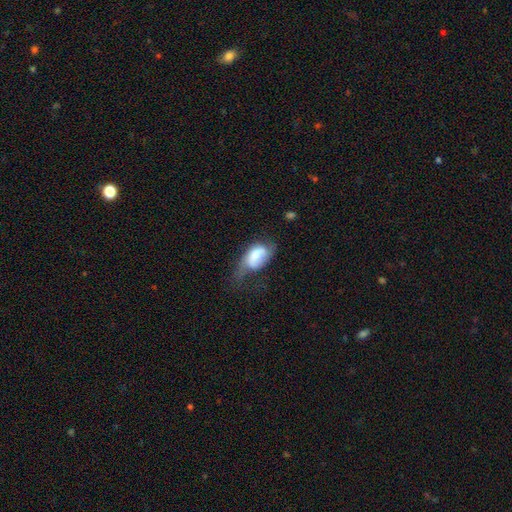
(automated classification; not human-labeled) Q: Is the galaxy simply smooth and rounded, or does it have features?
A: smooth — 64%.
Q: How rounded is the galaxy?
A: in between — 91%.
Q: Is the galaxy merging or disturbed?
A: major disturbance — 41%.